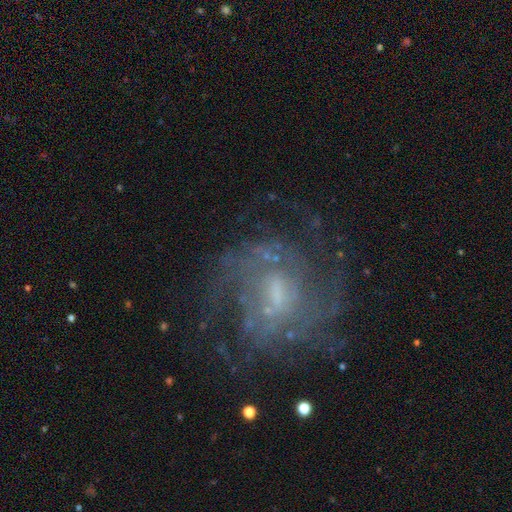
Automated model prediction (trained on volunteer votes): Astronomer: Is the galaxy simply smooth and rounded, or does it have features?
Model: featured or disk — 82%.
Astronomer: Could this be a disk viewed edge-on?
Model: no — 97%.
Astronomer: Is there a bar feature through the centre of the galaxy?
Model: weak — 56%.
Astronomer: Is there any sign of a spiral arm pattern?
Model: yes — 90%.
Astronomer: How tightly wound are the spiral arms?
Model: medium — 44% (runner-up: tight, 39%).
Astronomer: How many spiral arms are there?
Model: can't tell — 38% (runner-up: 2, 22%).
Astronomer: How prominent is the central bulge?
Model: small — 43% (runner-up: moderate, 34%).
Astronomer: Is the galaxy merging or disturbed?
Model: none — 65%.